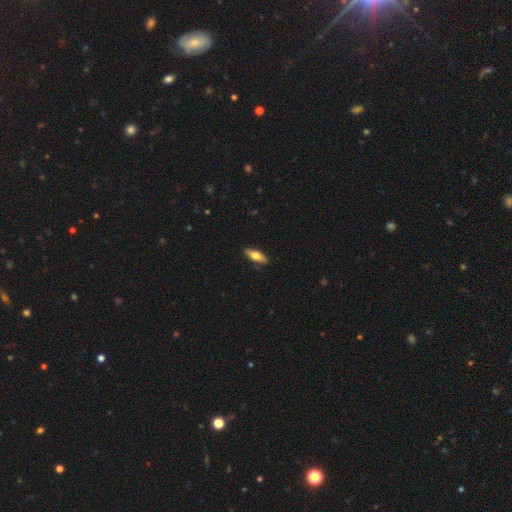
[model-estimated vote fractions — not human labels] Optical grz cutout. It shows a smooth galaxy with no disk features (65%) that is in between round and cigar-shaped (68%). Merging: none (89%).